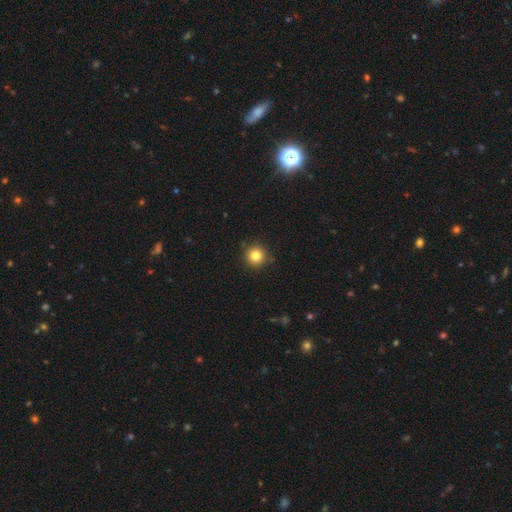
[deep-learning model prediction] smooth_or_featured: smooth (p=0.82) [alt: star or artifact p=0.12]
how_rounded: round (p=0.95) [alt: in between p=0.04]
merging: none (p=0.89) [alt: minor disturbance p=0.07]